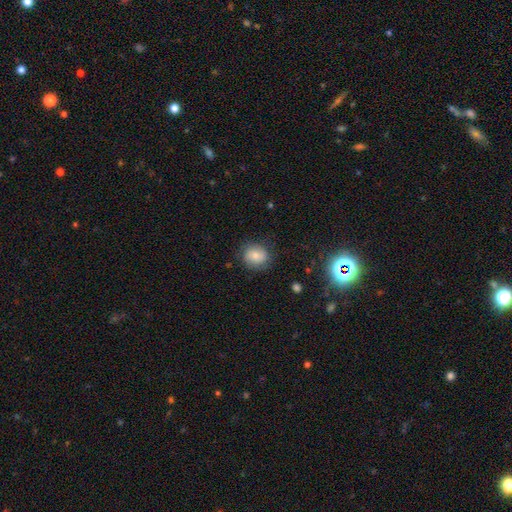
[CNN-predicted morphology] A smooth galaxy with no disk features (65%) that is round (71%).

Vote fractions:
- Smooth or featured? smooth: 65% / featured or disk: 25% / star or artifact: 9%
- How rounded? round: 71% / in between: 28% / cigar-shaped: 1%
- Merging? none: 75% / minor disturbance: 17% / major disturbance: 7% / merger: 1%